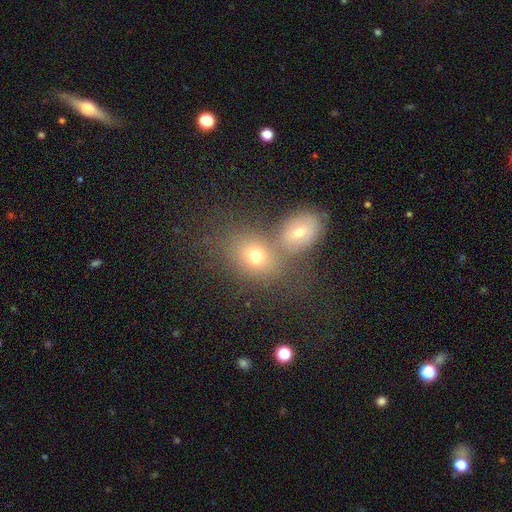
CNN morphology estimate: This is likely a smooth galaxy (68%). How rounded: possibly in between (55%). Merging: possibly merger (46%).